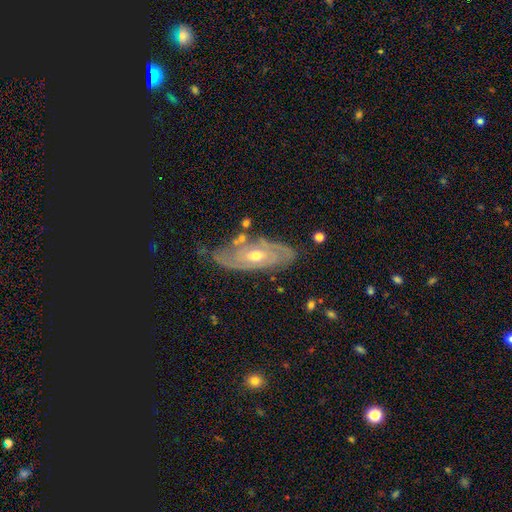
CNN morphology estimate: Smooth or featured?
  - featured or disk: 82% *
  - smooth: 11%
  - star or artifact: 7%
Edge-on disk?
  - no: 88% *
  - yes: 12%
Bar?
  - no: 68% *
  - weak: 25%
  - strong: 7%
Spiral arms?
  - yes: 89% *
  - no: 11%
Spiral winding?
  - tight: 67% *
  - medium: 25%
  - loose: 8%
Spiral arm count?
  - can't tell: 39% *
  - 2: 38%
  - 3: 10%
  - 4: 5%
  - 1: 4%
  - more than 4: 4%
Bulge size?
  - moderate: 57% *
  - small: 39%
  - large: 2%
  - none: 1%
  - dominant: 1%
Merging?
  - none: 73% *
  - minor disturbance: 18%
  - major disturbance: 5%
  - merger: 3%